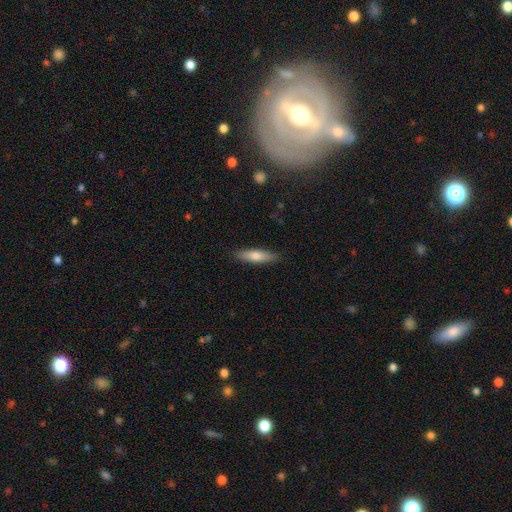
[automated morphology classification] A smooth galaxy with no disk features (70%) that is cigar-shaped (70%). Merging: none (88%).